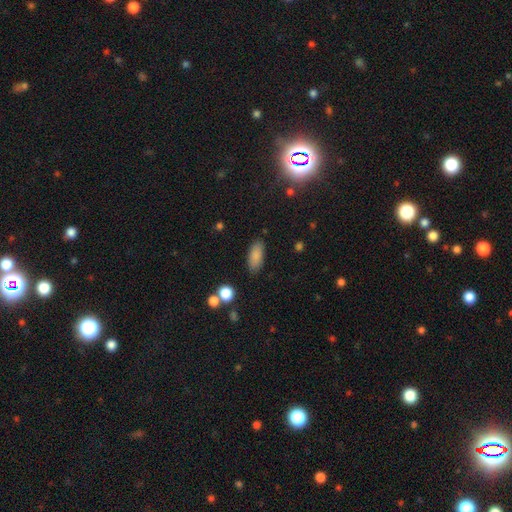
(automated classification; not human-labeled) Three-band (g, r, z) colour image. It shows a smooth galaxy with no disk features (86%) that is in between round and cigar-shaped (81%). Merging: none (86%).